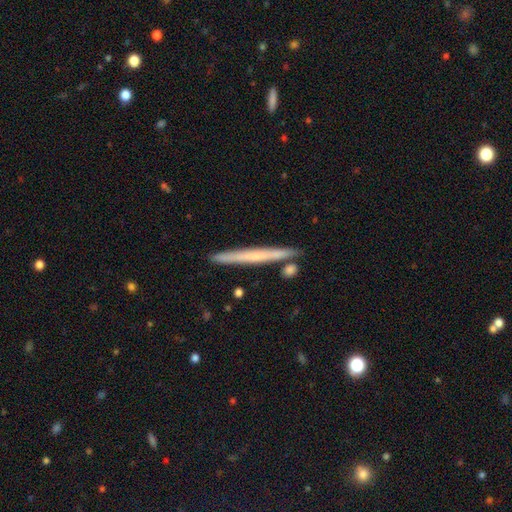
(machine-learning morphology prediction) The model was most divided on "smooth or featured": smooth: 50%, featured or disk: 44%, star or artifact: 6%. More confident: merging — none (85%).